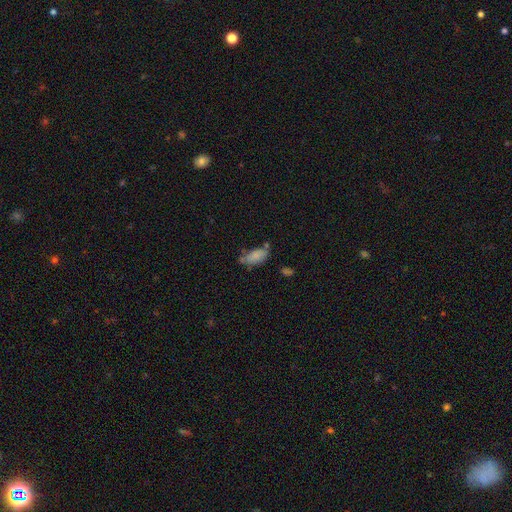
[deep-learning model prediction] This is likely a smooth galaxy (77%). How rounded: clearly in between (89%). Merging: possibly none (47%).